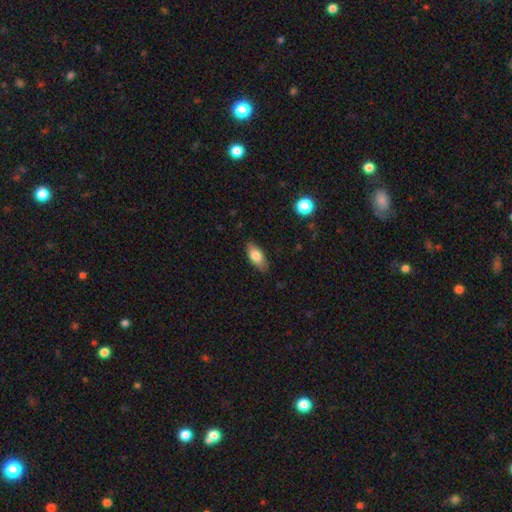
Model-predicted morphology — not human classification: smooth-or-featured: smooth: 79% | featured or disk: 14% | star or artifact: 7%
  how-rounded: in between: 86% | cigar-shaped: 10% | round: 4%
  merging: none: 83% | minor disturbance: 13% | major disturbance: 3% | merger: 1%